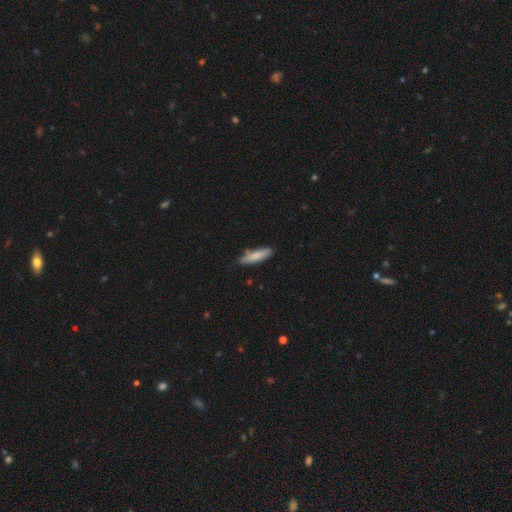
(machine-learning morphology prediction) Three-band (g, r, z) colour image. It shows a smooth galaxy with no disk features (81%) that is cigar-shaped (66%). Merging: none (78%).